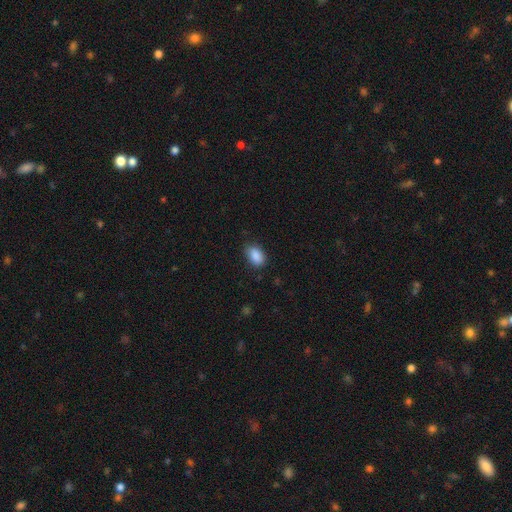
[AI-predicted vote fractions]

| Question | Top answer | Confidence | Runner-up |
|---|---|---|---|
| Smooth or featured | smooth | 89% | star or artifact (8%) |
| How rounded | in between | 88% | round (10%) |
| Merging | none | 78% | minor disturbance (17%) |